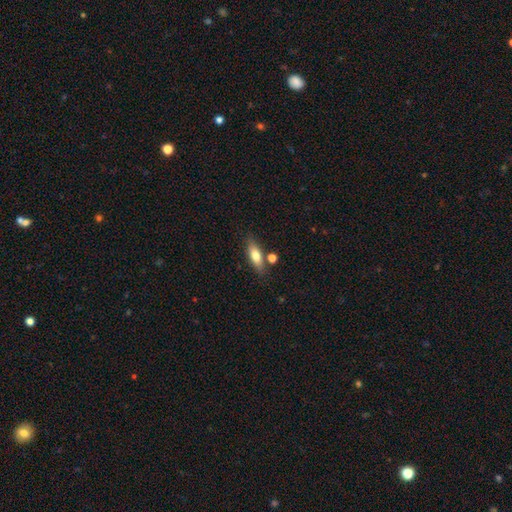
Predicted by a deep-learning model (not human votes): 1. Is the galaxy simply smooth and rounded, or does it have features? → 72% smooth, 21% featured or disk, 7% star or artifact.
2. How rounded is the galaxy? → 63% in between, 33% cigar-shaped, 4% round.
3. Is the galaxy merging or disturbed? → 73% none, 13% minor disturbance, 11% merger, 3% major disturbance.